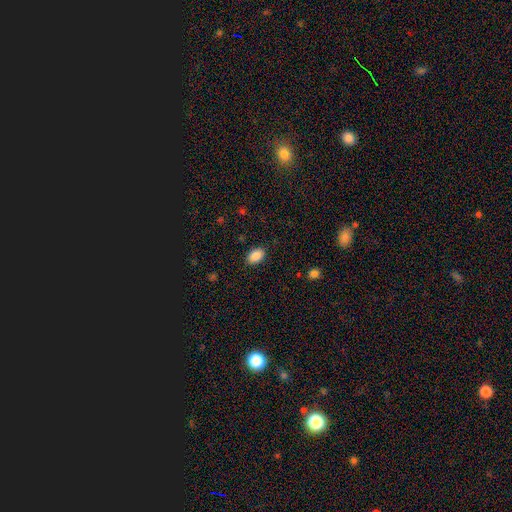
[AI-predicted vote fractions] Smooth or featured? Predicted: smooth (p=0.89). How rounded? Predicted: in between (p=0.85). Merging? Predicted: none (p=0.88).